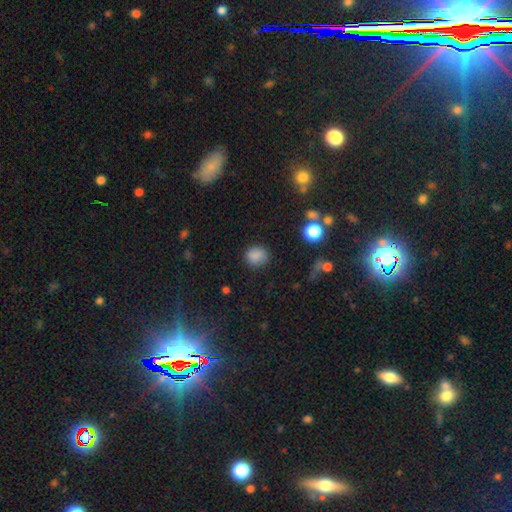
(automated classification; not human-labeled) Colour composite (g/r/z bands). It shows a smooth galaxy with no disk features (83%) that is round (73%). Merging: none (81%).